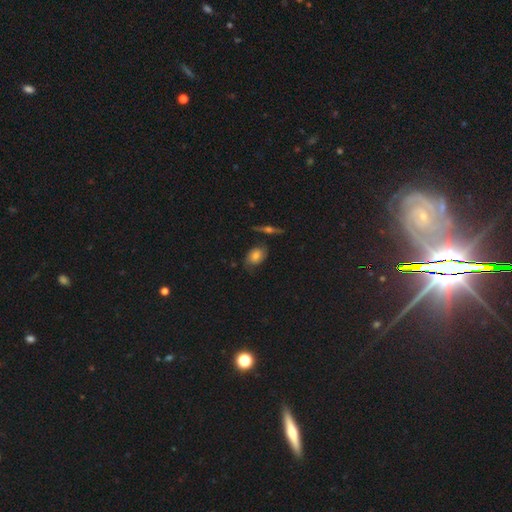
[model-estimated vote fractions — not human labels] Smooth or featured? smooth (54%)
How rounded? in between (74%)
Merging? none (63%)